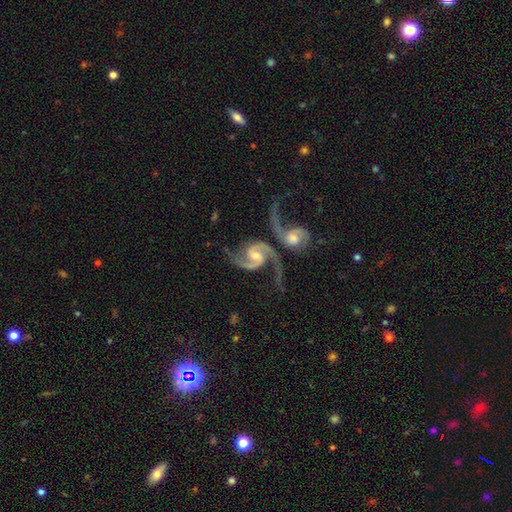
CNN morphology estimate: Q: Smooth or featured?
A: featured or disk (93%); runner-up: star or artifact (3%)
Q: Edge-on disk?
A: no (98%); runner-up: yes (2%)
Q: Bar?
A: weak (50%); runner-up: no (34%)
Q: Spiral arms?
A: yes (98%); runner-up: no (2%)
Q: Spiral winding?
A: medium (53%); runner-up: loose (36%)
Q: Spiral arm count?
A: 2 (94%); runner-up: 1 (2%)
Q: Bulge size?
A: moderate (47%); runner-up: small (45%)
Q: Merging?
A: none (38%); tied with: merger (38%)